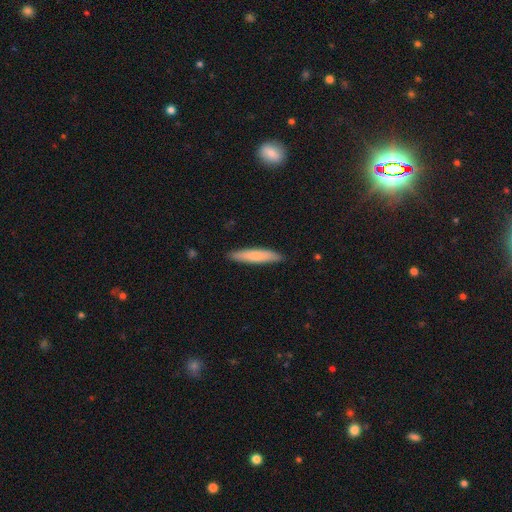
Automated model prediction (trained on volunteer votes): Q: Smooth or featured?
A: smooth (73%); runner-up: featured or disk (22%)
Q: How rounded?
A: cigar-shaped (86%); runner-up: in between (12%)
Q: Merging?
A: none (89%); runner-up: minor disturbance (8%)